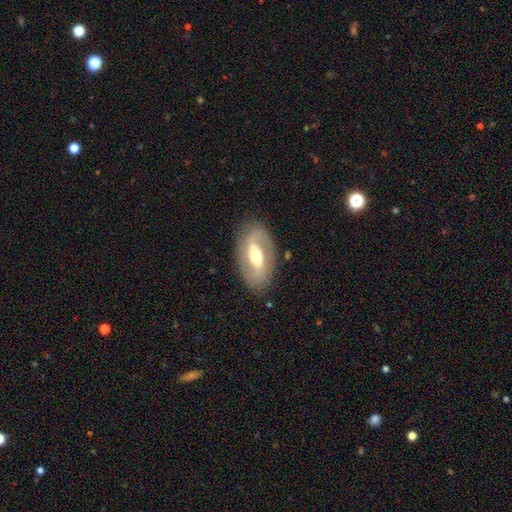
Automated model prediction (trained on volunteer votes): A featured or disk galaxy (70%) with a strong bar (43%), spiral arms (63%) and a moderate central bulge (68%). Merging: none (82%).